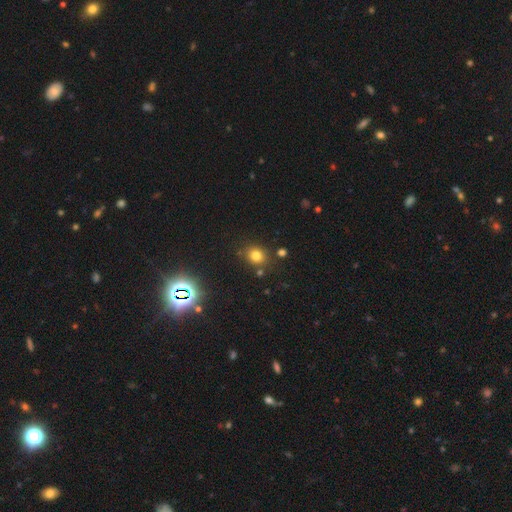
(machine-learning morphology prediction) Smooth or featured? smooth (75%)
How rounded? round (74%)
Merging? none (80%)